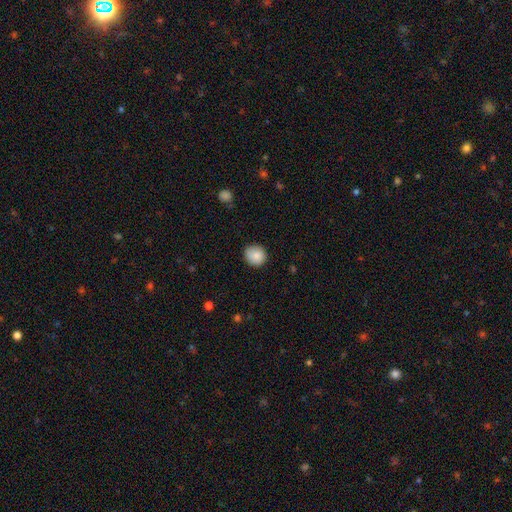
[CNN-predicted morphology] type=smooth (87%); roundness=round (89%); merging=none (85%).